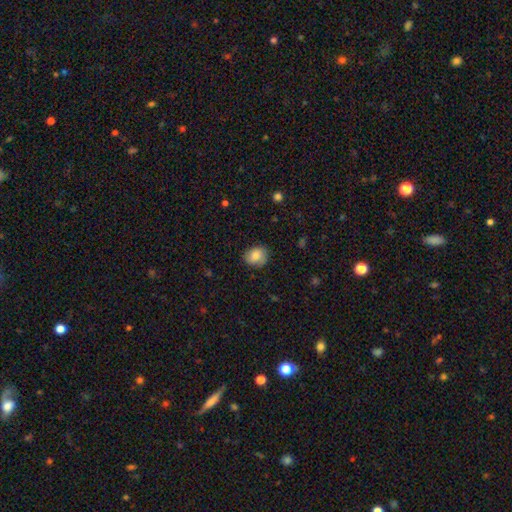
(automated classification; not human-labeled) Morphology: type=smooth (83%); roundness=round (64%); merging=none (79%).